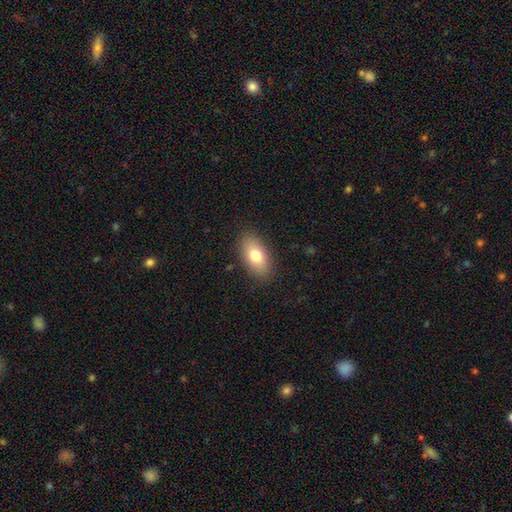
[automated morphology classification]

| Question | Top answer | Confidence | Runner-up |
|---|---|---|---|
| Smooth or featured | smooth | 77% | featured or disk (15%) |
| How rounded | in between | 91% | round (6%) |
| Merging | none | 87% | minor disturbance (10%) |